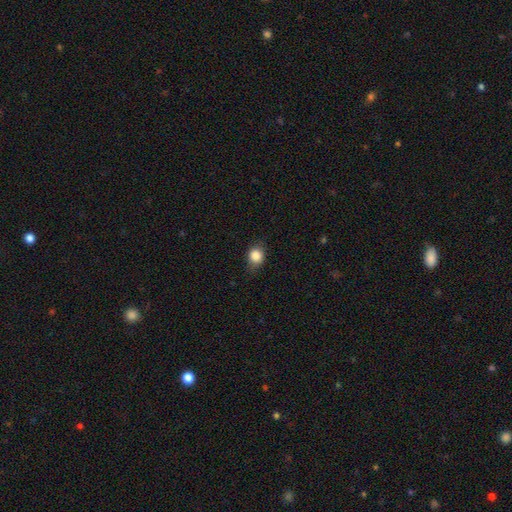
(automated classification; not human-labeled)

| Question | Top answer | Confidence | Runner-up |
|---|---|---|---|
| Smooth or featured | smooth | 85% | star or artifact (9%) |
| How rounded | round | 67% | in between (31%) |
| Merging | none | 76% | minor disturbance (19%) |